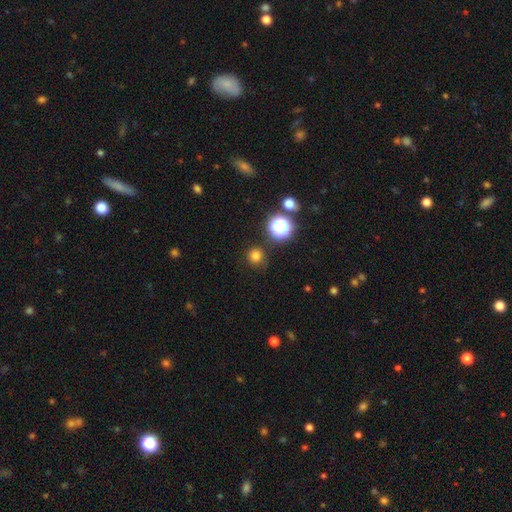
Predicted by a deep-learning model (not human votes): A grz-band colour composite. It shows a smooth galaxy with no disk features (76%) that is round (93%). Merging: none (87%).